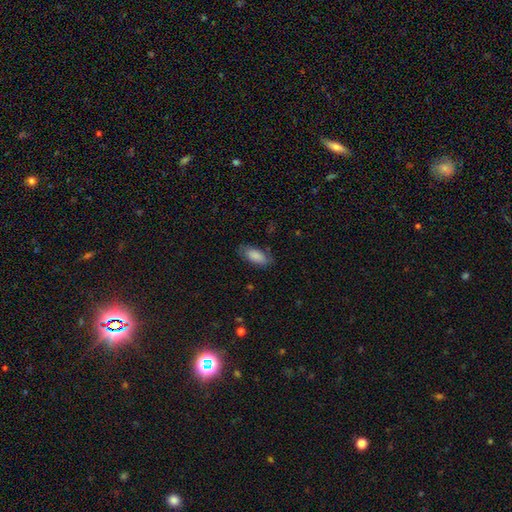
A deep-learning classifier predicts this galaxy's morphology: Smooth or featured? smooth (84%)
How rounded? in between (89%)
Merging? none (77%)